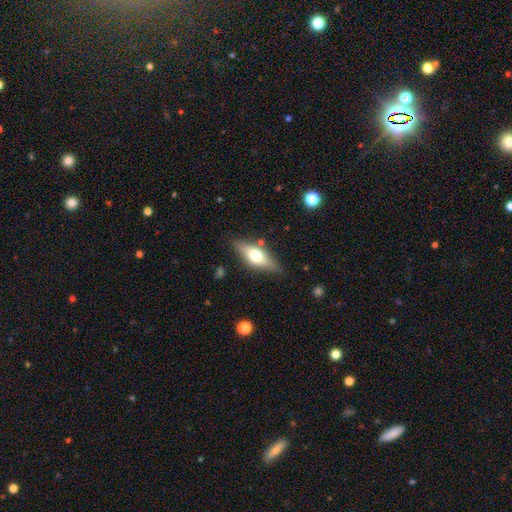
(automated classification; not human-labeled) Q: Smooth or featured?
A: smooth (50%); runner-up: featured or disk (43%)
Q: Merging?
A: none (82%); runner-up: minor disturbance (13%)